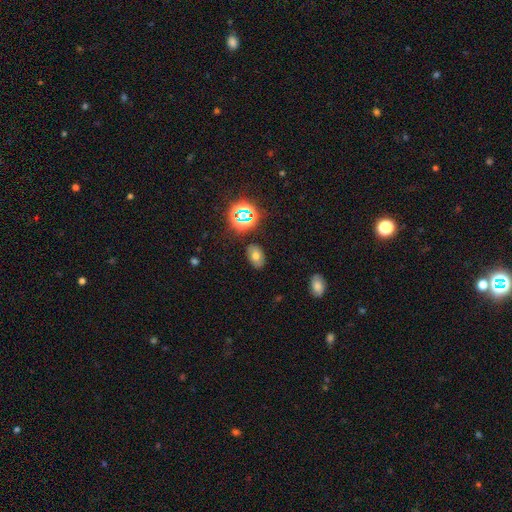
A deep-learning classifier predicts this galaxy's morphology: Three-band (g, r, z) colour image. It shows a smooth galaxy with no disk features (61%) that is in between round and cigar-shaped (84%). Merging: none (83%).